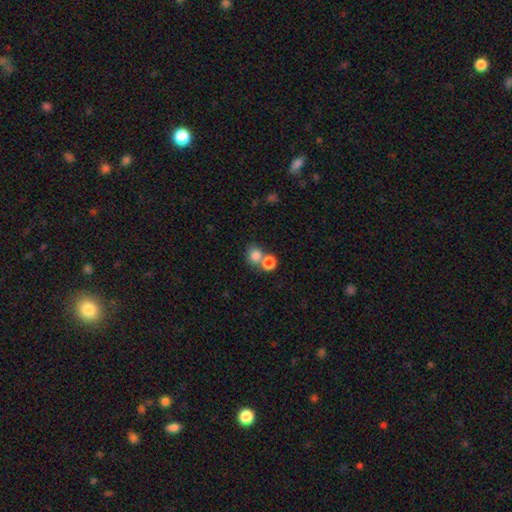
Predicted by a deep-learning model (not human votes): This is clearly a smooth galaxy (80%). How rounded: likely round (74%). Merging: possibly none (47%).